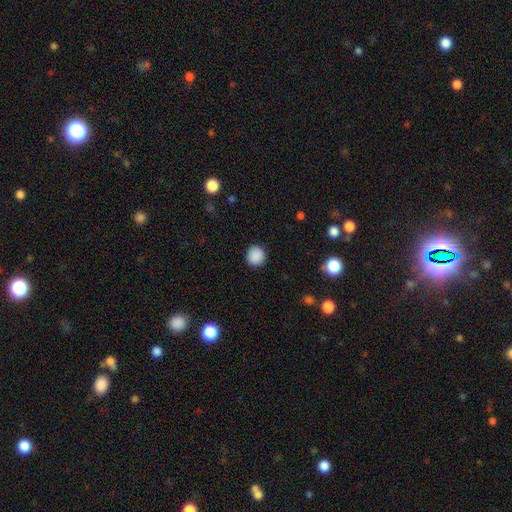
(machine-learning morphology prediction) A smooth galaxy with no disk features (88%) that is round (91%). Merging: none (91%).